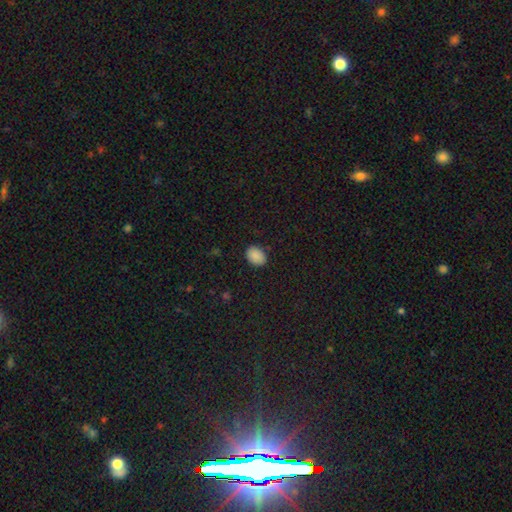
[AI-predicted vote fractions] Smooth or featured? Predicted: smooth (p=0.88). How rounded? Predicted: in between (p=0.69). Merging? Predicted: none (p=0.86).